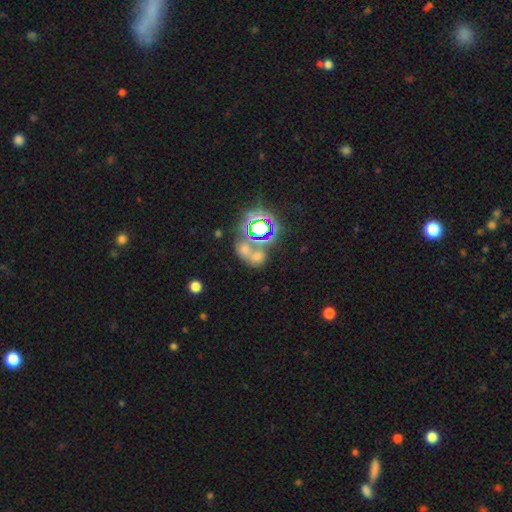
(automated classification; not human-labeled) This appears to be a star or artifact, not a galaxy (47%).